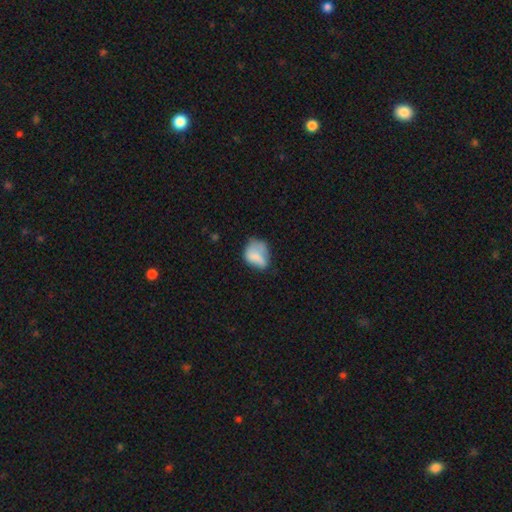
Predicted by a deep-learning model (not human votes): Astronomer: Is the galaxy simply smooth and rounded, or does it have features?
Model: smooth — 68%.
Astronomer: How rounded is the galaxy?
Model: in between — 59% (runner-up: round, 39%).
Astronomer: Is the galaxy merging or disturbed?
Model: minor disturbance — 33% (runner-up: none, 32%).